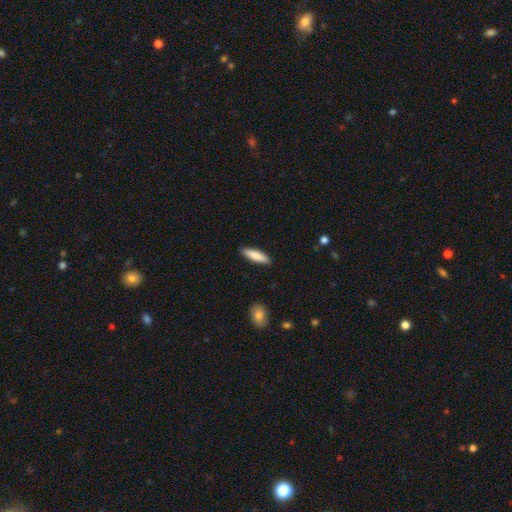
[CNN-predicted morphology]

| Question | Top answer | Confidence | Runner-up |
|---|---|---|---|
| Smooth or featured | smooth | 82% | featured or disk (13%) |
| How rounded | cigar-shaped | 68% | in between (30%) |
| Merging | none | 90% | minor disturbance (7%) |